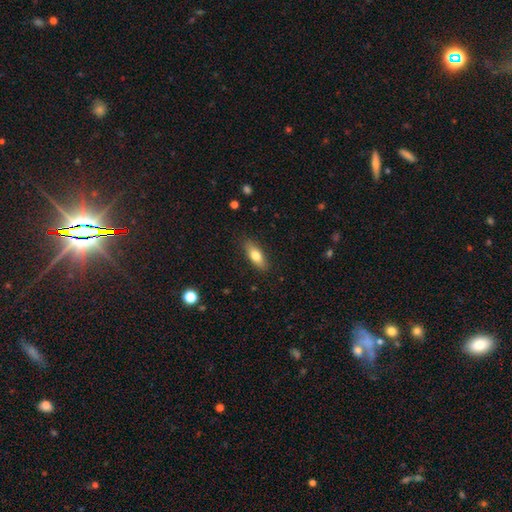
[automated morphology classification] smooth_or_featured: smooth (p=0.74) [alt: featured or disk p=0.19]
how_rounded: in between (p=0.67) [alt: cigar-shaped p=0.30]
merging: none (p=0.86) [alt: minor disturbance p=0.10]